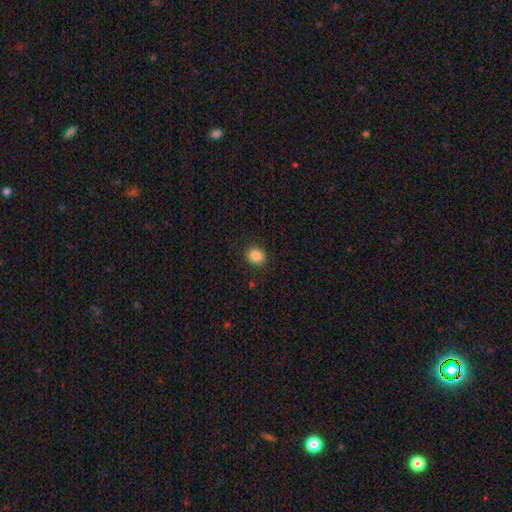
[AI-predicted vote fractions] Morphology: type=smooth (86%); roundness=round (77%); merging=none (90%).